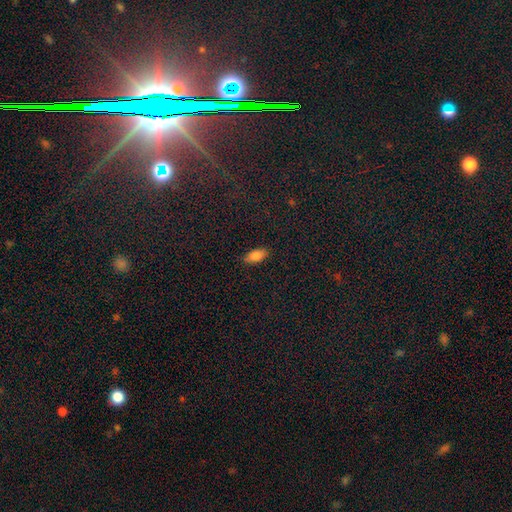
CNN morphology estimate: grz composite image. It shows a smooth galaxy with no disk features (83%) that is in between round and cigar-shaped (89%). Merging: none (86%).